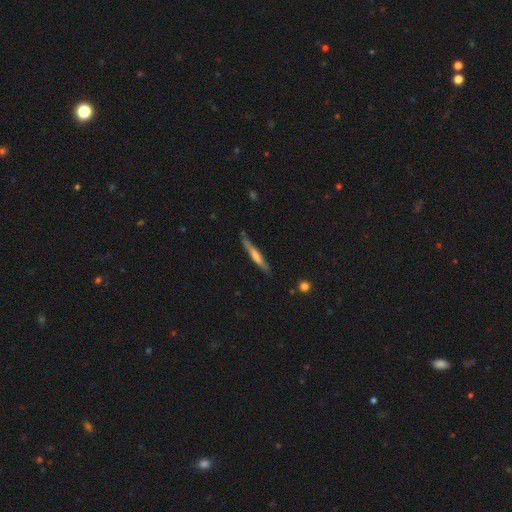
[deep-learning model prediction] A smooth galaxy with no disk features (47%, tied with featured or disk). Merging: none (82%).